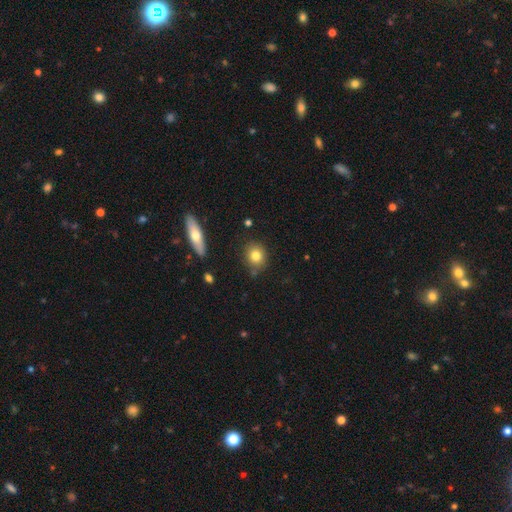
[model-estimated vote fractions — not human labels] Q: Smooth or featured?
A: smooth (80%); runner-up: featured or disk (10%)
Q: How rounded?
A: round (71%); runner-up: in between (27%)
Q: Merging?
A: none (79%); runner-up: minor disturbance (14%)